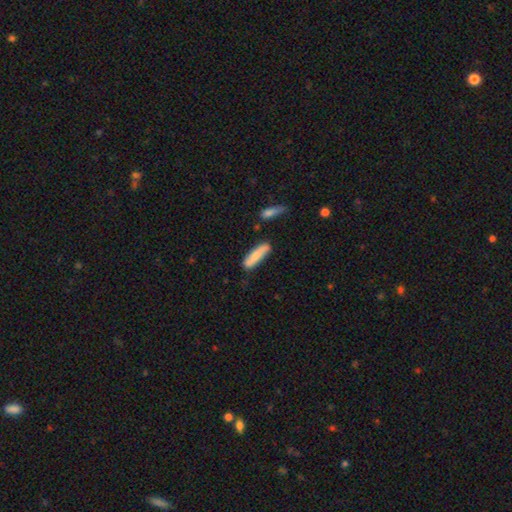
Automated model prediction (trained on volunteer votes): Smooth or featured?
  - smooth: 76% *
  - featured or disk: 18%
  - star or artifact: 6%
How rounded?
  - cigar-shaped: 70% *
  - in between: 28%
  - round: 2%
Merging?
  - none: 76% *
  - minor disturbance: 16%
  - merger: 5%
  - major disturbance: 3%